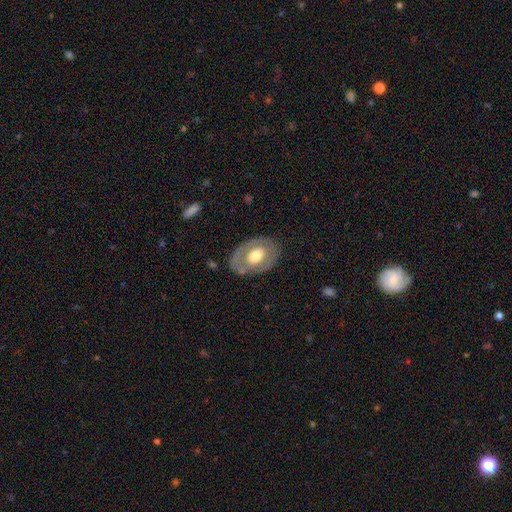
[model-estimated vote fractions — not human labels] Q: Smooth or featured?
A: featured or disk (48%); runner-up: smooth (47%)
Q: Merging?
A: none (78%); runner-up: minor disturbance (15%)